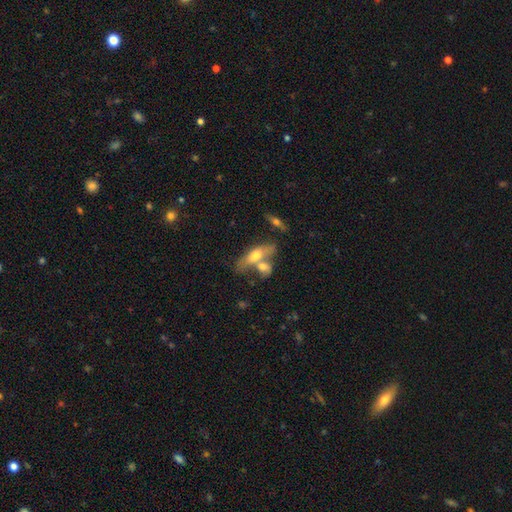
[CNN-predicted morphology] This is possibly a smooth galaxy (53%). How rounded: possibly in between (55%). Merging: possibly merger (48%).